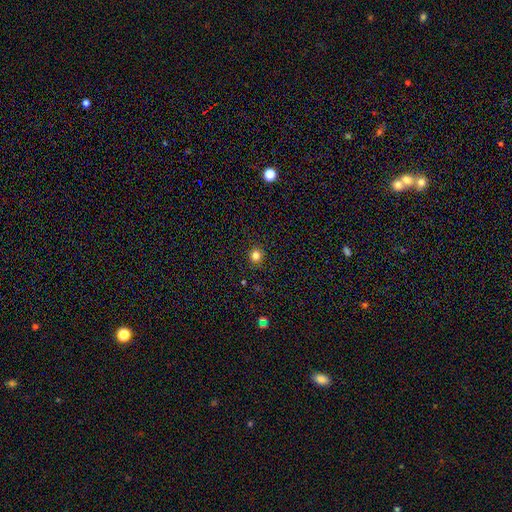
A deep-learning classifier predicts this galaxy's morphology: Smooth or featured?
  - smooth: 82% *
  - star or artifact: 14%
  - featured or disk: 4%
How rounded?
  - round: 91% *
  - in between: 8%
  - cigar-shaped: 1%
Merging?
  - none: 91% *
  - minor disturbance: 6%
  - major disturbance: 2%
  - merger: 1%